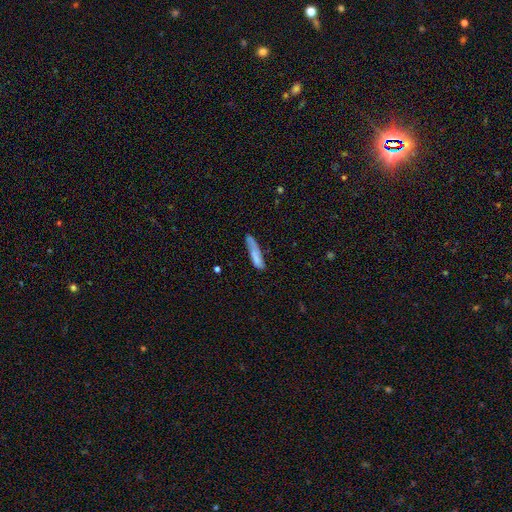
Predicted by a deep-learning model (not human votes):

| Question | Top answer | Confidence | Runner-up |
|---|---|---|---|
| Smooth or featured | smooth | 77% | featured or disk (17%) |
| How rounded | cigar-shaped | 82% | in between (16%) |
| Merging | none | 59% | minor disturbance (27%) |